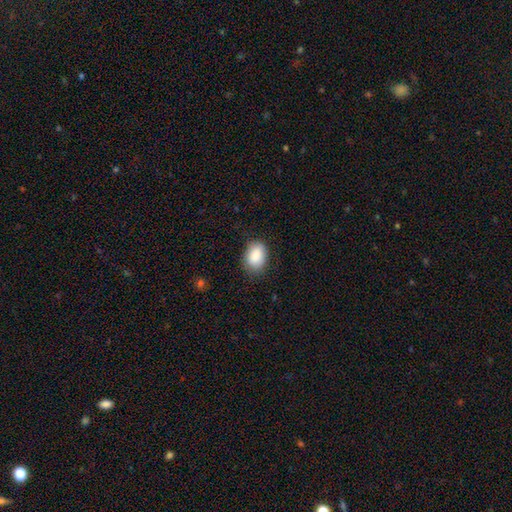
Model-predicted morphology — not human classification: A smooth galaxy with no disk features (89%) that is in between round and cigar-shaped (83%). Merging: none (80%).